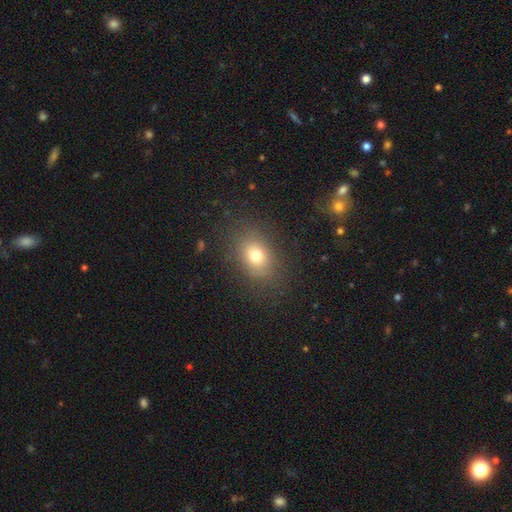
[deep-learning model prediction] Smooth or featured? Predicted: smooth (p=0.73). How rounded? Predicted: in between (p=0.61). Merging? Predicted: none (p=0.78).